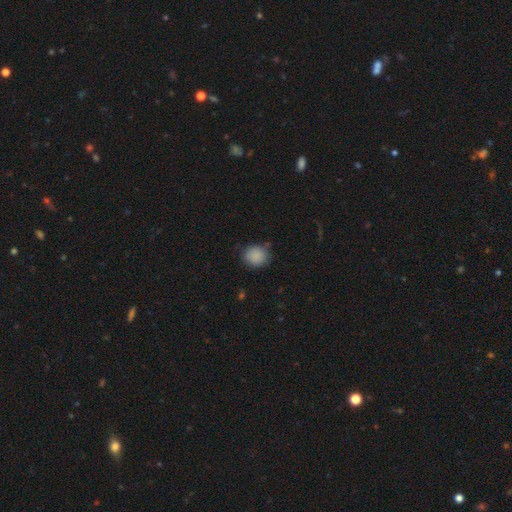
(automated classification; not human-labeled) smooth 88%, star or artifact 9%, featured or disk 3%. Down the decision tree: how rounded — round (80%); merging — none (81%).